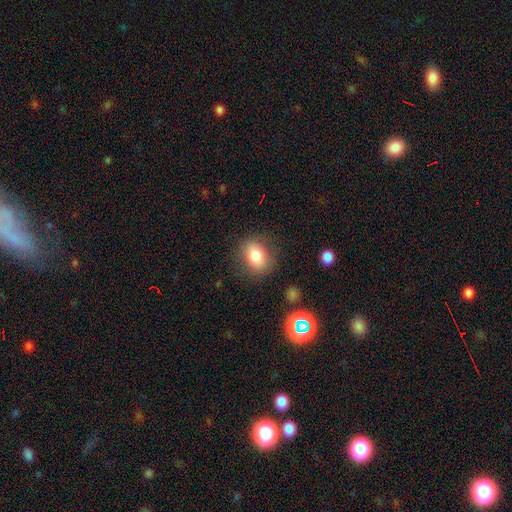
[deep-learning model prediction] Smooth or featured? Predicted: smooth (p=0.80). How rounded? Predicted: in between (p=0.64). Merging? Predicted: none (p=0.82).